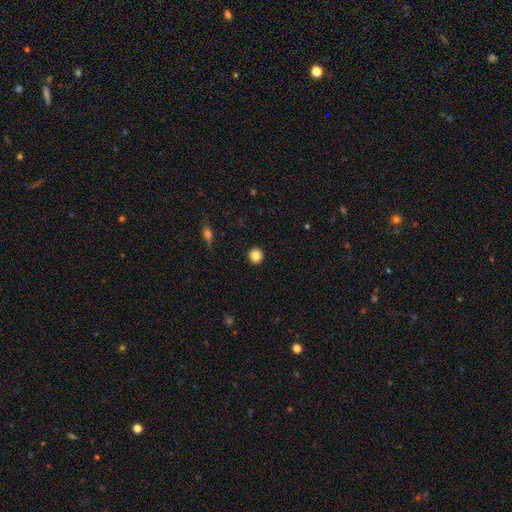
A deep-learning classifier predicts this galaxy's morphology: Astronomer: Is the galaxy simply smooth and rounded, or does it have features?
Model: smooth — 86%.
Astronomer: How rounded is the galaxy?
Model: round — 94%.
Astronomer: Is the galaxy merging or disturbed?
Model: none — 93%.